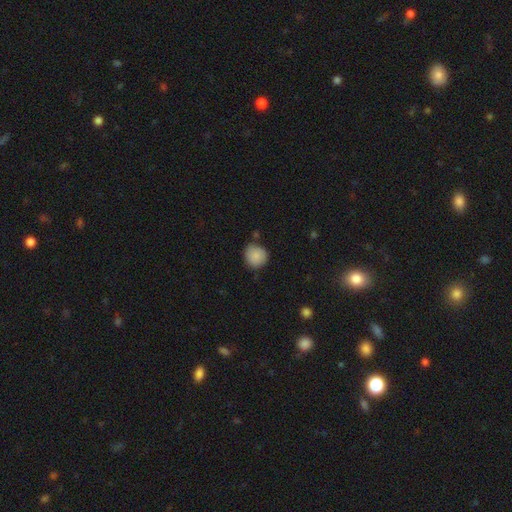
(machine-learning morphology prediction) A smooth galaxy with no disk features (88%) that is round (90%).

Vote fractions:
- Smooth or featured? smooth: 88% / star or artifact: 8% / featured or disk: 5%
- How rounded? round: 90% / in between: 9% / cigar-shaped: 1%
- Merging? none: 77% / minor disturbance: 16% / merger: 4% / major disturbance: 3%